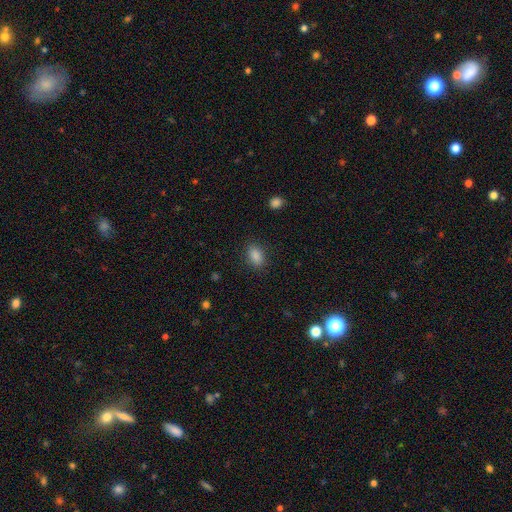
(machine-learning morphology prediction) This is clearly a smooth galaxy (88%). How rounded: clearly in between (87%). Merging: clearly none (87%).